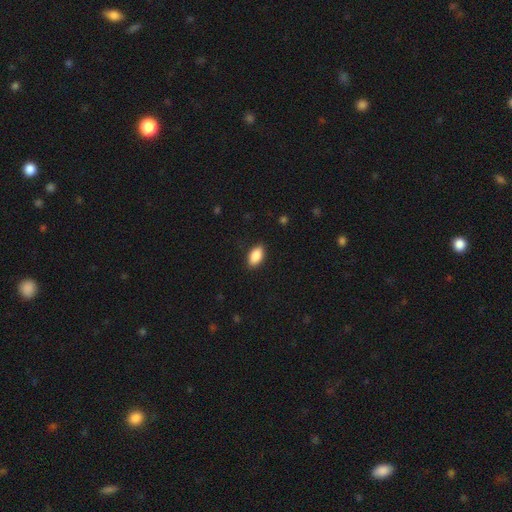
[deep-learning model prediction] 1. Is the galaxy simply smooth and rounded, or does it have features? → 89% smooth, 7% star or artifact, 4% featured or disk.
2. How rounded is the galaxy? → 93% in between, 4% round, 3% cigar-shaped.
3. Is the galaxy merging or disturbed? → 88% none, 9% minor disturbance, 2% major disturbance, 1% merger.